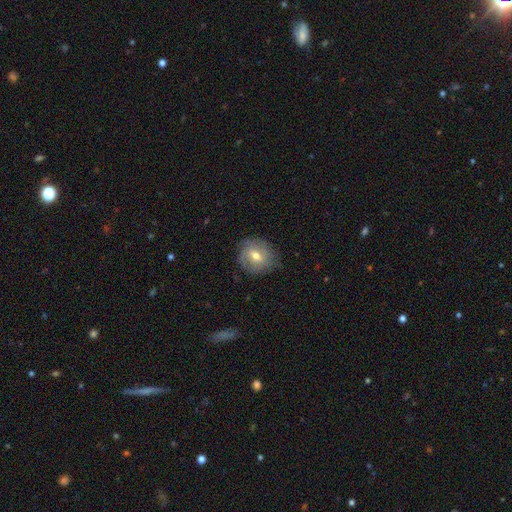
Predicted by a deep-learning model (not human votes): smooth 52%, featured or disk 40%, star or artifact 9%. Down the decision tree: how rounded — round (78%); merging — none (74%).